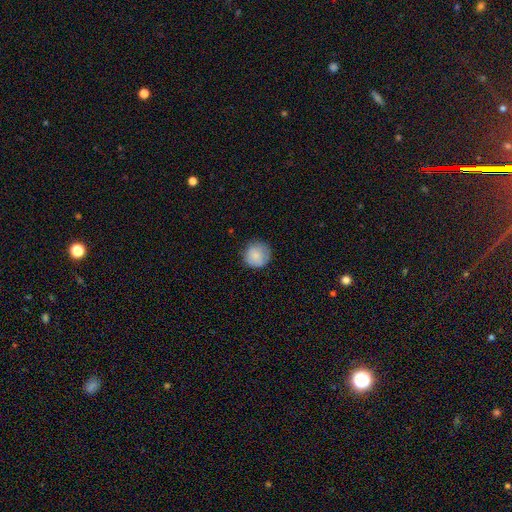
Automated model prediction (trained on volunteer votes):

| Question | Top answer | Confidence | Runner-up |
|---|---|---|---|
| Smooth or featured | smooth | 84% | featured or disk (9%) |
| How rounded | round | 93% | in between (6%) |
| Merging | none | 80% | minor disturbance (15%) |